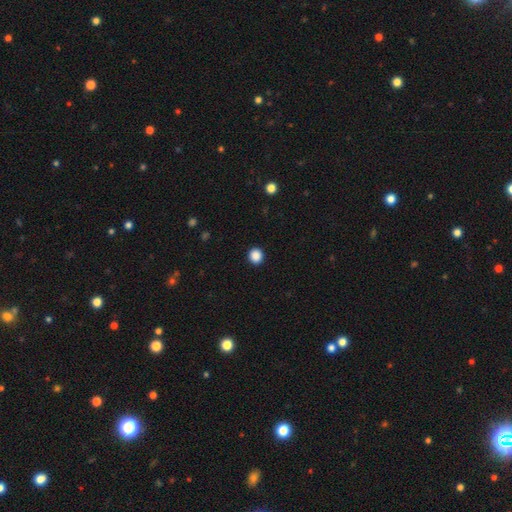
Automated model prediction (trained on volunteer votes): Smooth or featured?
  - smooth: 88% *
  - star or artifact: 10%
  - featured or disk: 2%
How rounded?
  - round: 90% *
  - in between: 9%
  - cigar-shaped: 1%
Merging?
  - none: 93% *
  - minor disturbance: 4%
  - major disturbance: 2%
  - merger: 1%